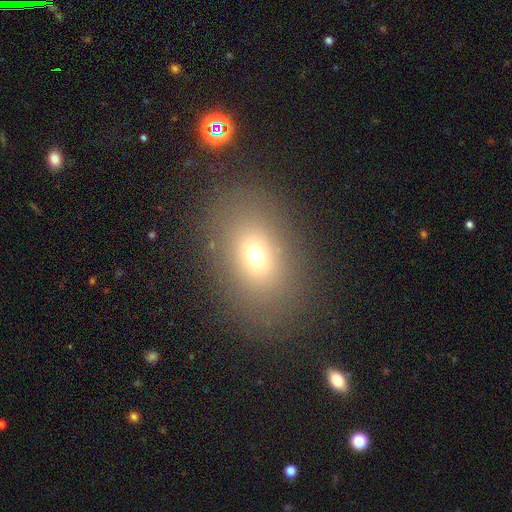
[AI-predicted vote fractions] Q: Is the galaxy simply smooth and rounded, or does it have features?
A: smooth — 68%.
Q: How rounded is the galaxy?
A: in between — 74%.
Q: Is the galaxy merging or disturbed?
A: none — 82%.